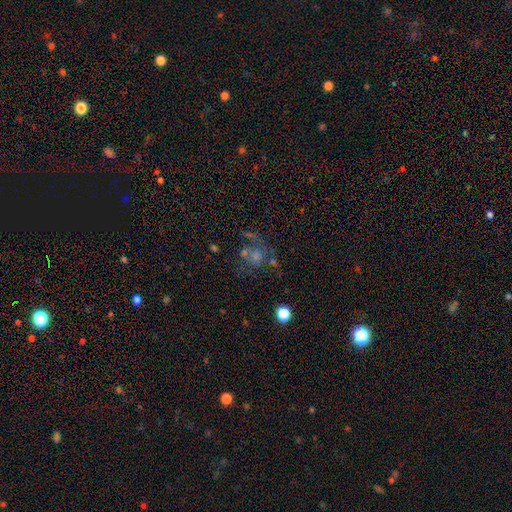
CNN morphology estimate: Smooth or featured?
  - featured or disk: 40% *
  - star or artifact: 33%
  - smooth: 27%
Merging?
  - none: 44% *
  - major disturbance: 24%
  - merger: 17%
  - minor disturbance: 15%